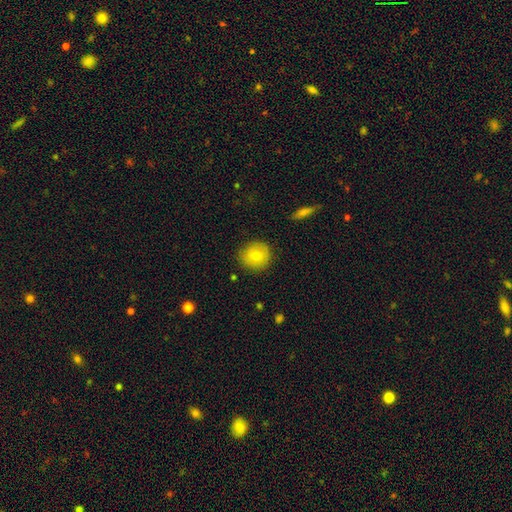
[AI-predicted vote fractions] Morphology: type=smooth (75%); roundness=round (90%); merging=none (87%).